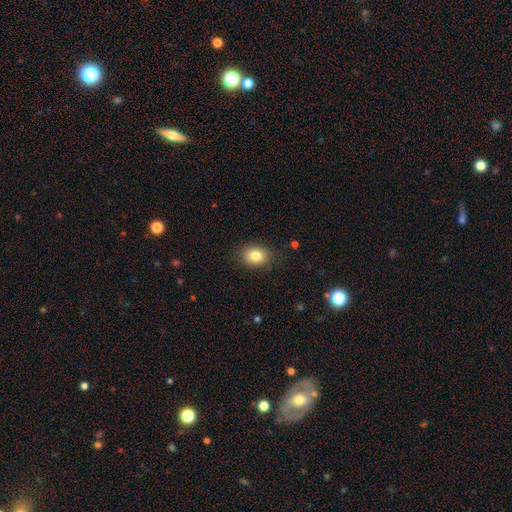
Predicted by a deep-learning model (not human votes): The model was most divided on "how rounded": in between: 62%, round: 37%, cigar-shaped: 1%. More confident: merging — none (86%); smooth or featured — smooth (83%).